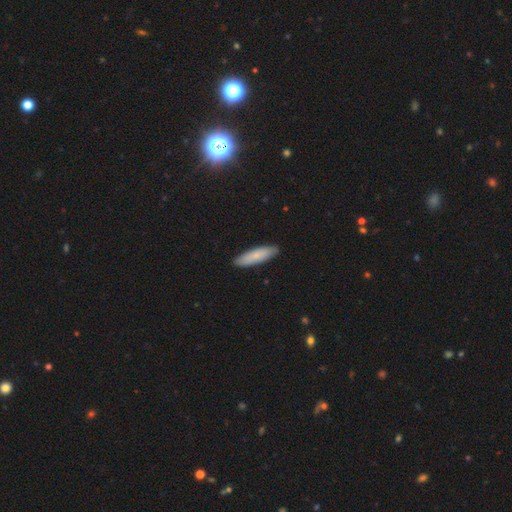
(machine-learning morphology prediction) smooth 79%, featured or disk 16%, star or artifact 6%. Down the decision tree: how rounded — cigar-shaped (68%); merging — none (90%).